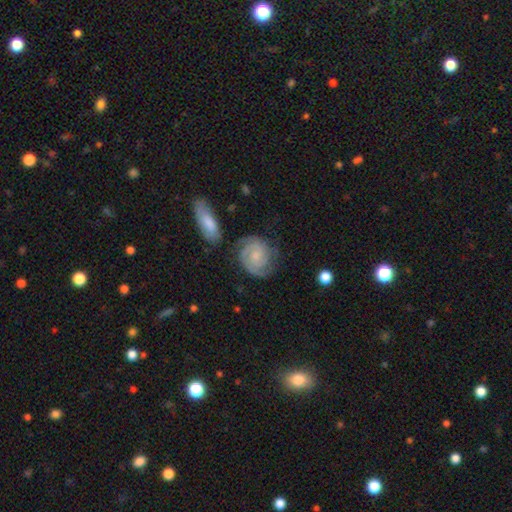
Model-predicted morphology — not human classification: This is likely a featured or disk galaxy (75%). It is clearly not viewed edge-on (97%). Bar: likely no (65%). Spiral arm pattern: clearly yes (95%). Spiral arm count: likely 2 (68%). Spiral winding: likely tight (66%). Central bulge: possibly small (49%). Merging: likely none (73%).